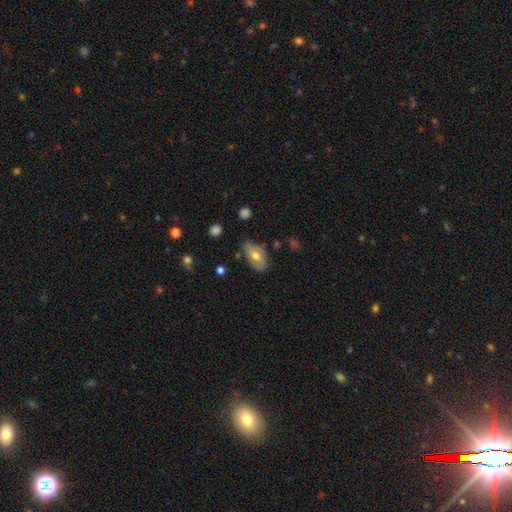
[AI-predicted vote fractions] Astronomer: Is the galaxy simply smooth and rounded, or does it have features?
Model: smooth — 61%.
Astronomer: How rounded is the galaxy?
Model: in between — 91%.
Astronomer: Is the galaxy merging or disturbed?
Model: none — 61%.